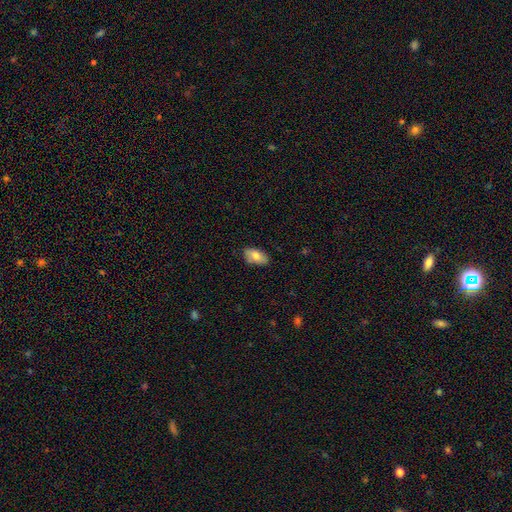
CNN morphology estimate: The model was most divided on "smooth or featured": smooth: 78%, featured or disk: 16%, star or artifact: 7%. More confident: how rounded — in between (93%); merging — none (79%).